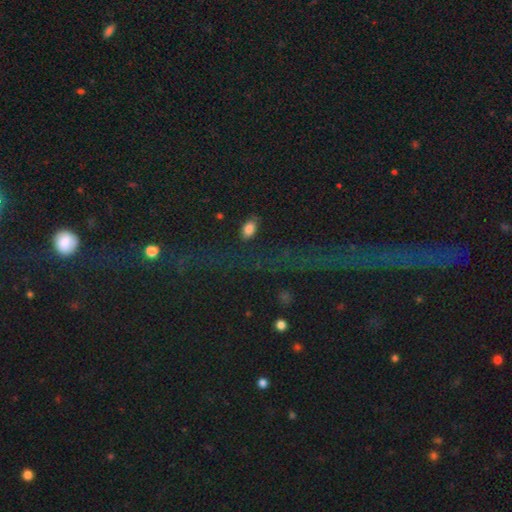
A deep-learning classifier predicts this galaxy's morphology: Smooth or featured? star or artifact (76%)